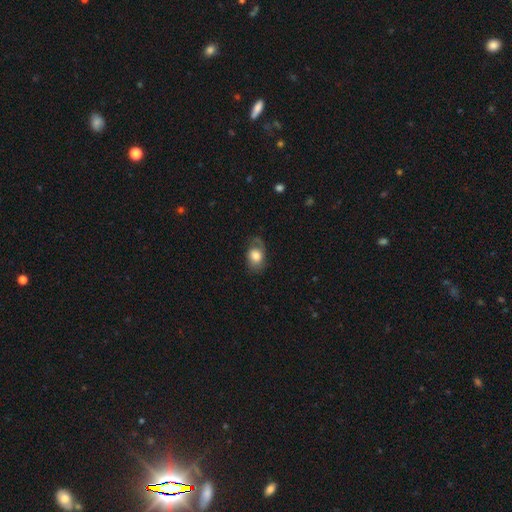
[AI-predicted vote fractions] Smooth or featured?
  - smooth: 64% *
  - featured or disk: 28%
  - star or artifact: 8%
How rounded?
  - in between: 66% *
  - round: 32%
  - cigar-shaped: 1%
Merging?
  - none: 53% *
  - minor disturbance: 26%
  - major disturbance: 20%
  - merger: 2%